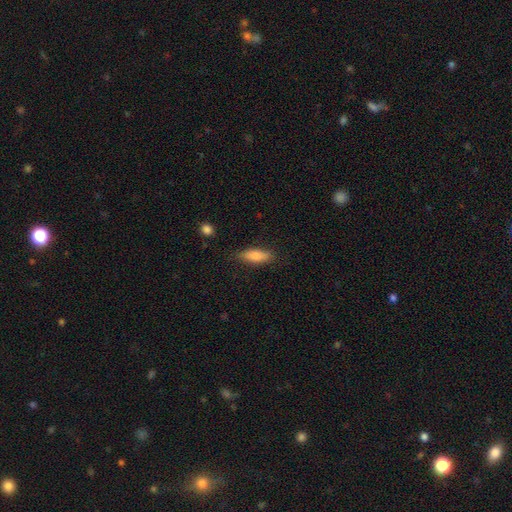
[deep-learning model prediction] Smooth or featured? smooth (82%)
How rounded? in between (57%)
Merging? none (81%)